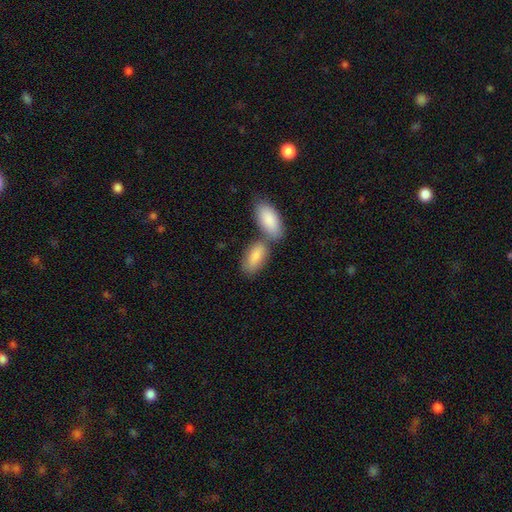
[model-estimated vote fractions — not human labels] This appears to be a smooth galaxy with no disk features (86%) that is in between round and cigar-shaped (88%). Merging: merger (43%).